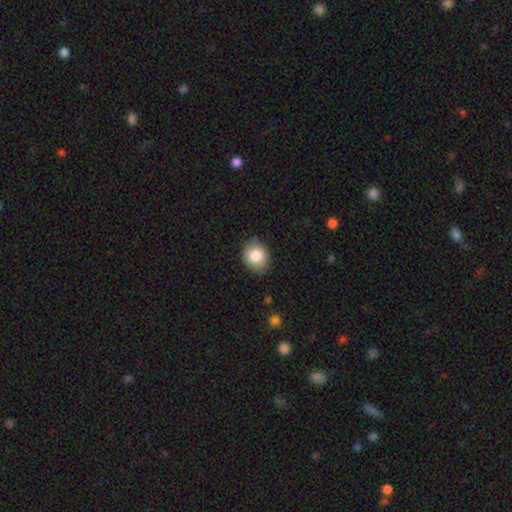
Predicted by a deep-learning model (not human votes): Smooth or featured: smooth — 82% (featured or disk — 10%)
How rounded: round — 57% (in between — 42%)
Merging: none — 81% (minor disturbance — 15%)